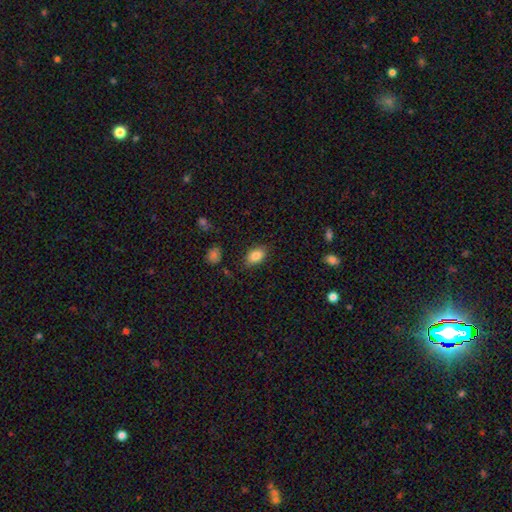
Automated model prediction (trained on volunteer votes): Overall: smooth (85%). How rounded: in between (88%). Merging: none (83%).